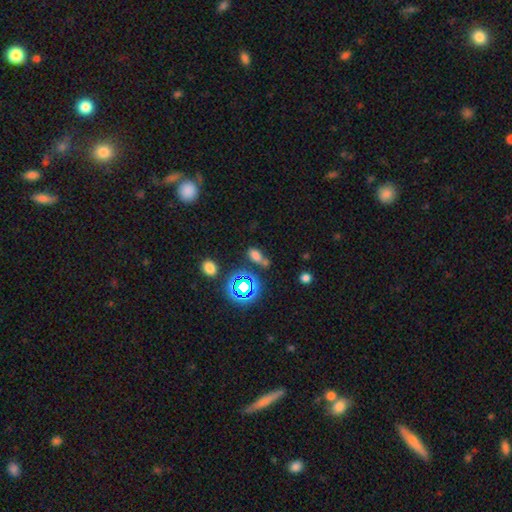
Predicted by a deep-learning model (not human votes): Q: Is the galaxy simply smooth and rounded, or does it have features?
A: smooth — 62%.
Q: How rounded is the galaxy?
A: in between — 78%.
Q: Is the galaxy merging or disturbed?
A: none — 50%.